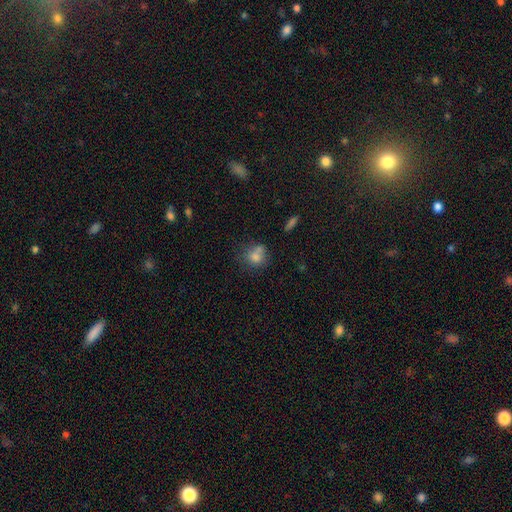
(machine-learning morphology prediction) A smooth galaxy with no disk features (76%) that is round (71%).

Vote fractions:
- Smooth or featured? smooth: 76% / featured or disk: 13% / star or artifact: 11%
- How rounded? round: 71% / in between: 28% / cigar-shaped: 1%
- Merging? none: 46% / merger: 25% / minor disturbance: 20% / major disturbance: 9%